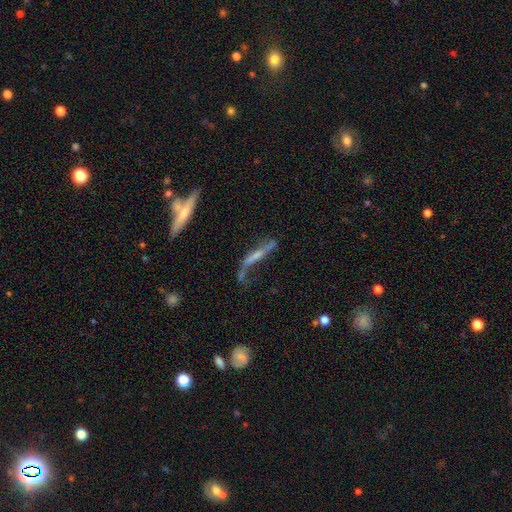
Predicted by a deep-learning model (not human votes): Overall: featured or disk (64%; smooth 27%). Edge-on disk: yes (65%; no 35%). Merging: none (38%; major disturbance 27%).